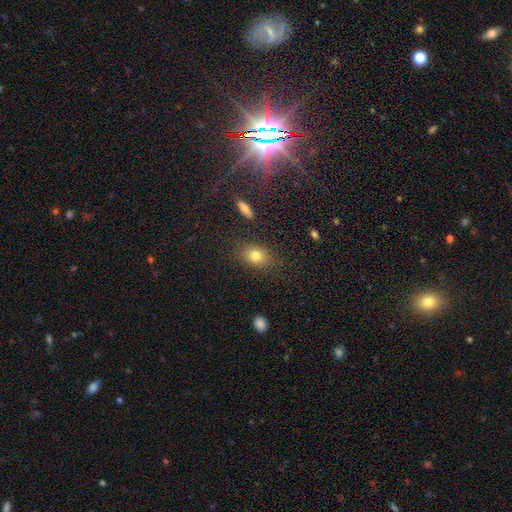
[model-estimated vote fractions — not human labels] smooth-or-featured: smooth: 79% | star or artifact: 11% | featured or disk: 10%
  how-rounded: in between: 65% | round: 33% | cigar-shaped: 2%
  merging: none: 83% | minor disturbance: 11% | major disturbance: 4% | merger: 2%